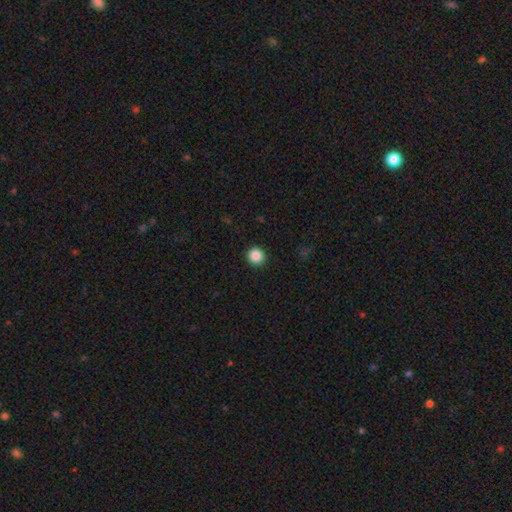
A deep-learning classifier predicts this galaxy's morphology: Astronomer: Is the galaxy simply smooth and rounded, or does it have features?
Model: smooth — 87%.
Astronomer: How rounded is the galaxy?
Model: round — 94%.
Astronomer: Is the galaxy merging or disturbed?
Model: none — 93%.